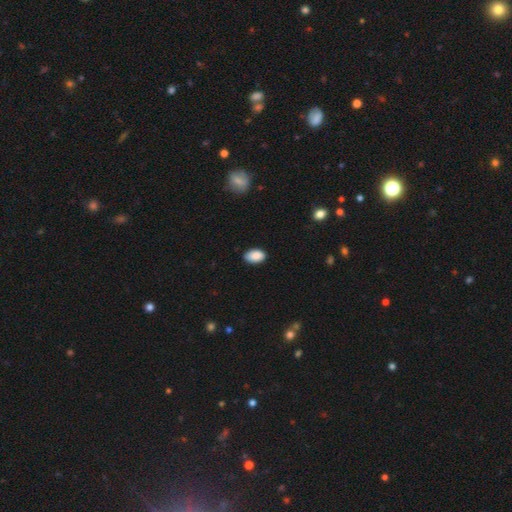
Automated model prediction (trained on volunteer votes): This is clearly a smooth galaxy (89%). How rounded: clearly in between (91%). Merging: clearly none (84%).